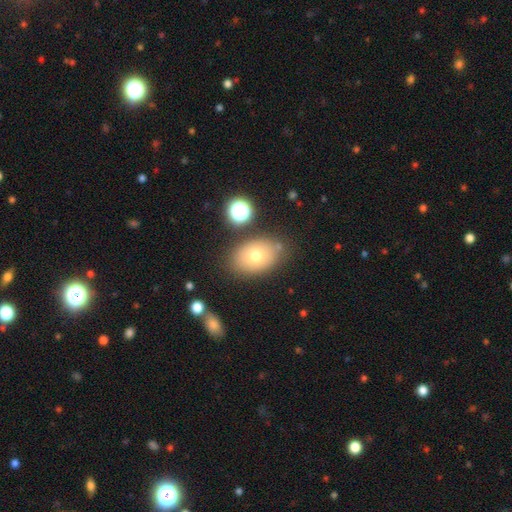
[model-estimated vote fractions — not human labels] smooth 72%, featured or disk 18%, star or artifact 11%. Down the decision tree: how rounded — in between (84%); merging — none (76%).